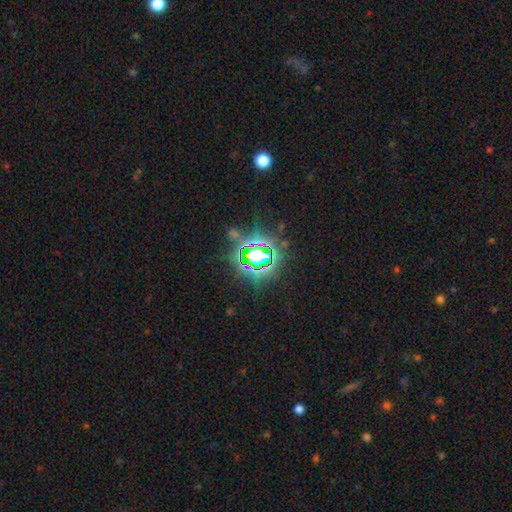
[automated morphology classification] This appears to be a star or artifact, not a galaxy (77%).